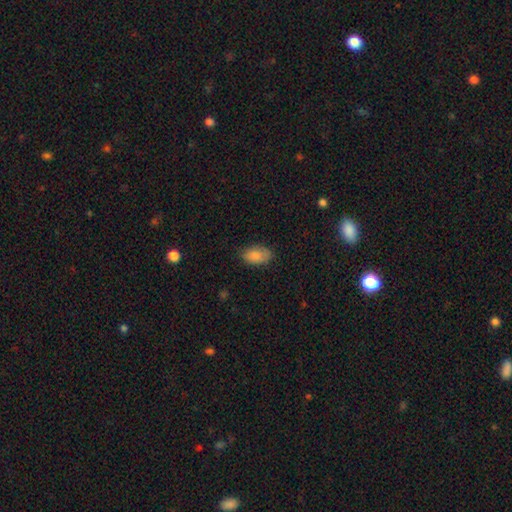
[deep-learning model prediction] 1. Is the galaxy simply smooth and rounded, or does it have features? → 84% smooth, 9% featured or disk, 7% star or artifact.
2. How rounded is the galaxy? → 91% in between, 7% round, 2% cigar-shaped.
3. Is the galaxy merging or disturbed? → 75% none, 20% minor disturbance, 4% major disturbance, 1% merger.